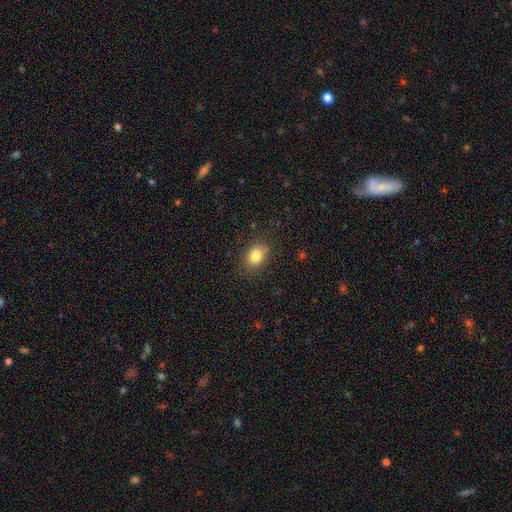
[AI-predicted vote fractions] This appears to be a smooth galaxy with no disk features (84%) that is in between round and cigar-shaped (63%). Merging: none (83%).